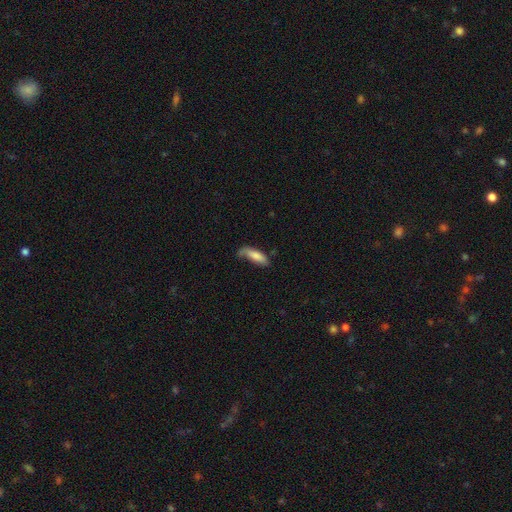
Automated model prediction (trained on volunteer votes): Smooth or featured: smooth — 77% (featured or disk — 17%)
How rounded: in between — 54% (cigar-shaped — 44%)
Merging: none — 47% (minor disturbance — 33%)